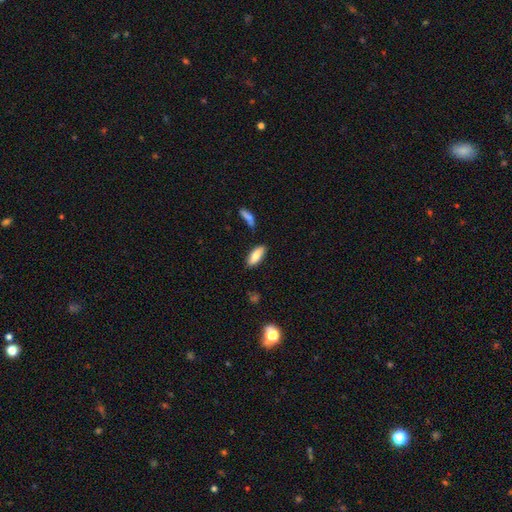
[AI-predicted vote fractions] This appears to be a smooth galaxy with no disk features (78%) that is in between round and cigar-shaped (75%). Merging: none (83%).